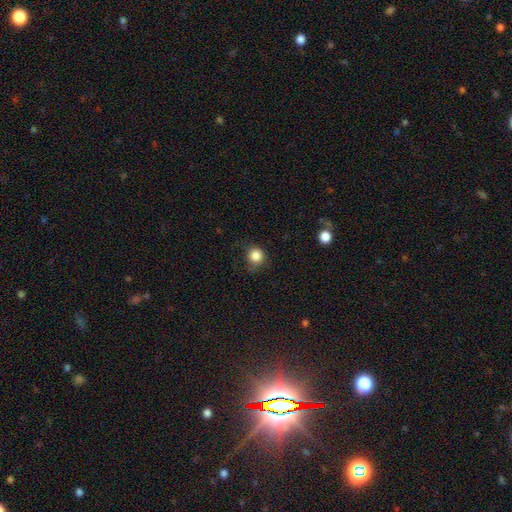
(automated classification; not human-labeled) Q: Smooth or featured?
A: smooth (84%); runner-up: star or artifact (11%)
Q: How rounded?
A: round (90%); runner-up: in between (9%)
Q: Merging?
A: none (71%); runner-up: minor disturbance (21%)